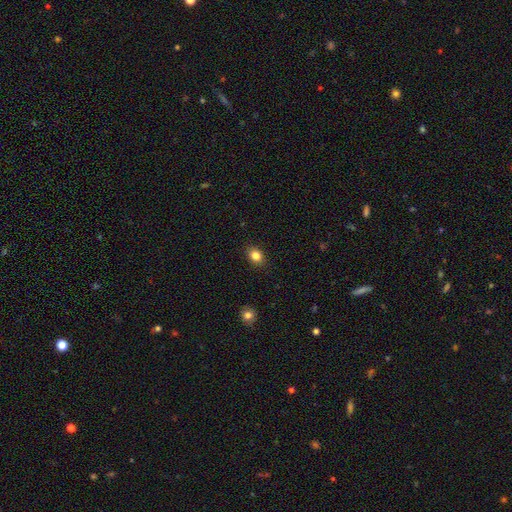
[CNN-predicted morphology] smooth 84%, star or artifact 10%, featured or disk 6%. Down the decision tree: how rounded — in between (58%); merging — none (88%).